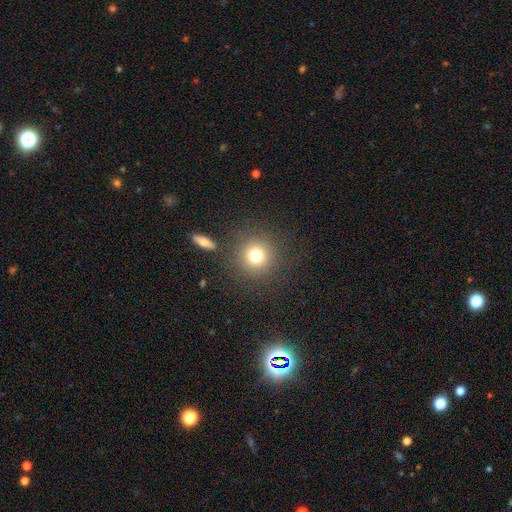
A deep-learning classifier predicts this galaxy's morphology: The model was most divided on "smooth or featured": smooth: 77%, star or artifact: 14%, featured or disk: 9%. More confident: how rounded — round (94%); merging — none (86%).